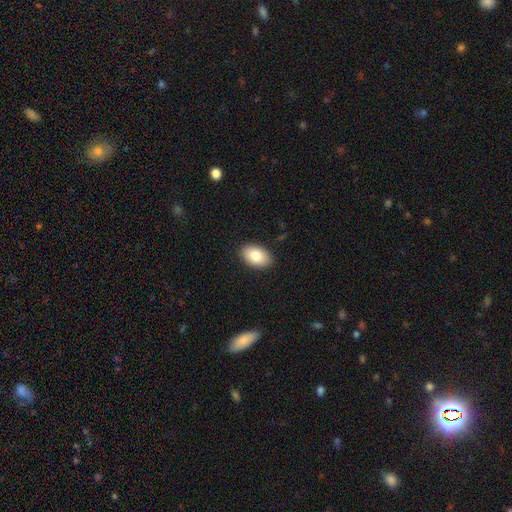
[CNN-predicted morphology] smooth-or-featured: smooth: 82% | featured or disk: 11% | star or artifact: 7%
  how-rounded: in between: 92% | round: 7% | cigar-shaped: 1%
  merging: none: 89% | minor disturbance: 8% | major disturbance: 2% | merger: 1%